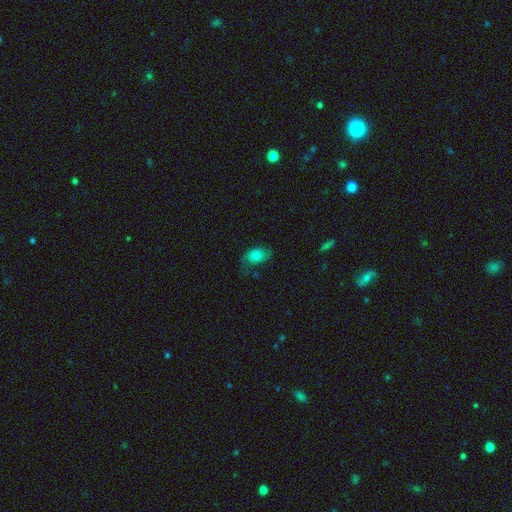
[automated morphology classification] This appears to be a smooth galaxy with no disk features (65%) that is in between round and cigar-shaped (84%). Merging: none (47%).